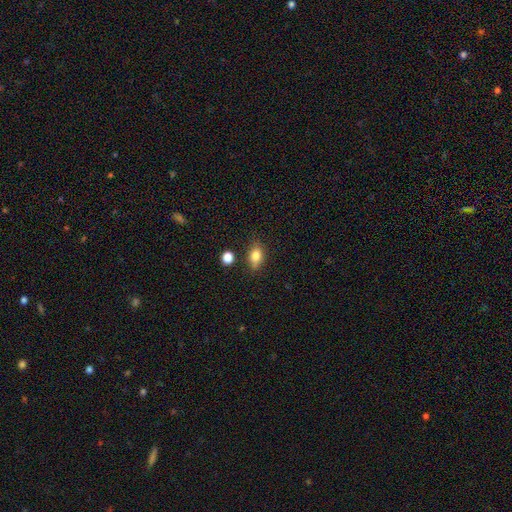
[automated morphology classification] A smooth galaxy with no disk features (81%) that is in between round and cigar-shaped (79%). Merging: none (74%).